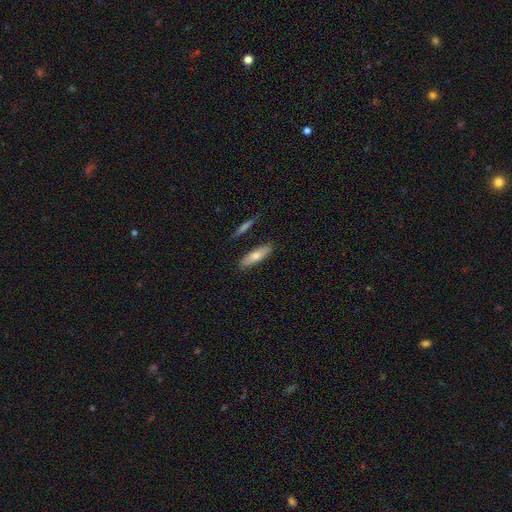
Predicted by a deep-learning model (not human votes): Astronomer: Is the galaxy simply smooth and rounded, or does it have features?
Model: smooth — 64%.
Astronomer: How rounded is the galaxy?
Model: cigar-shaped — 66%.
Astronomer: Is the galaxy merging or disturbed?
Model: none — 85%.